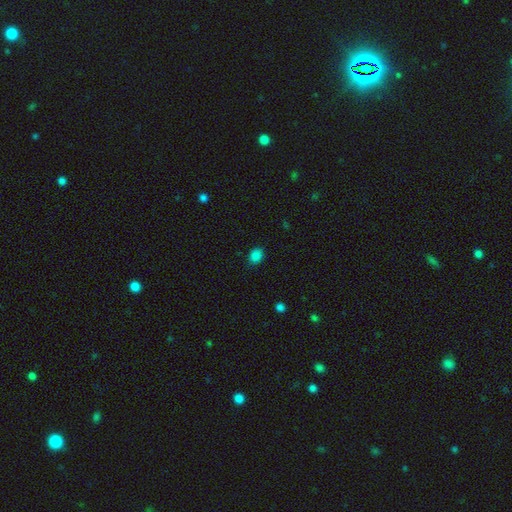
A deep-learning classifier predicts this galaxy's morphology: Overall: smooth (84%). How rounded: in between (57%; round 42%). Merging: none (84%).